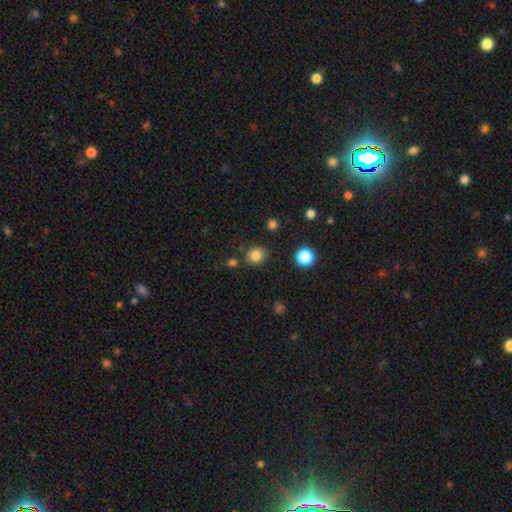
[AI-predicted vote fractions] Smooth or featured? Predicted: smooth (p=0.82). How rounded? Predicted: round (p=0.71). Merging? Predicted: none (p=0.81).